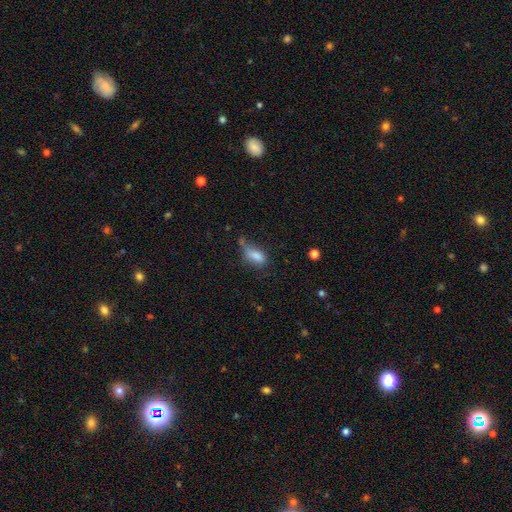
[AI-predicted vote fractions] smooth-or-featured: smooth: 76% | featured or disk: 13% | star or artifact: 11%
  how-rounded: in between: 84% | cigar-shaped: 9% | round: 6%
  merging: minor disturbance: 33% | none: 30% | major disturbance: 28% | merger: 9%